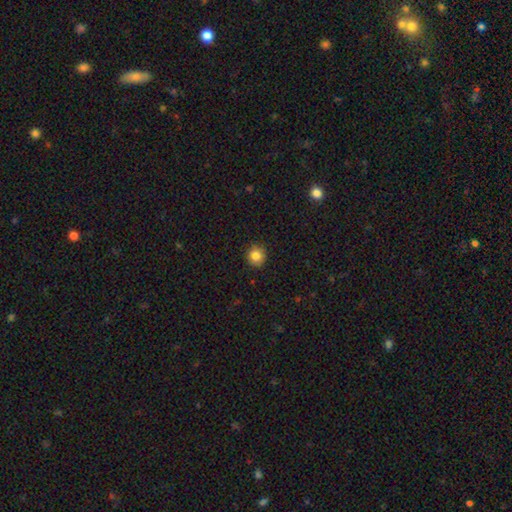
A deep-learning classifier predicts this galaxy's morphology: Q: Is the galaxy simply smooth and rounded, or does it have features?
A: smooth — 84%.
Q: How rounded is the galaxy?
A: round — 89%.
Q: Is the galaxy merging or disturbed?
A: none — 91%.